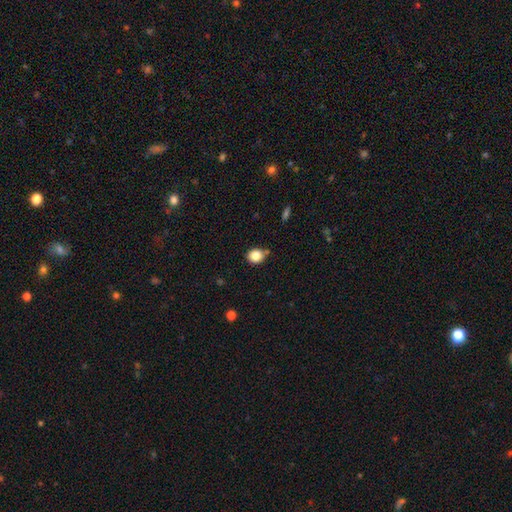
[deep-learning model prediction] Overall: smooth (84%). How rounded: round (75%). Merging: none (75%).